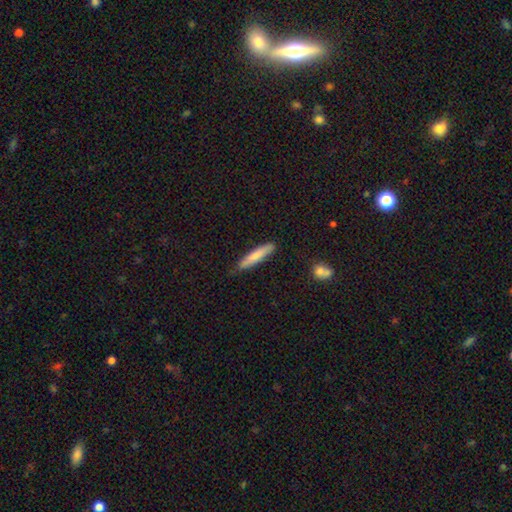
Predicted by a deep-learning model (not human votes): Smooth or featured? Predicted: smooth (p=0.76). How rounded? Predicted: cigar-shaped (p=0.88). Merging? Predicted: none (p=0.84).